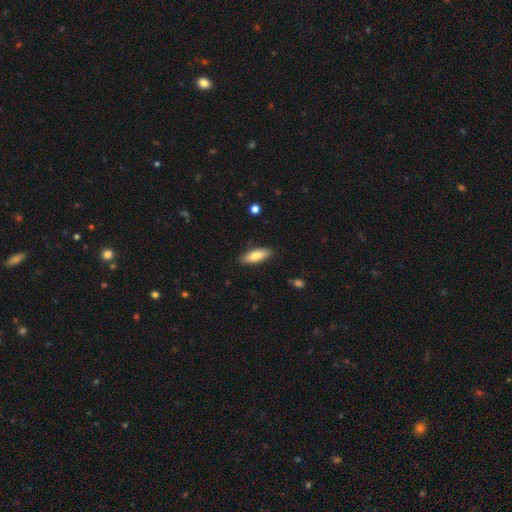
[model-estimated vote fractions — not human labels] Smooth or featured?
  - smooth: 79% *
  - featured or disk: 15%
  - star or artifact: 6%
How rounded?
  - in between: 62% *
  - cigar-shaped: 36%
  - round: 2%
Merging?
  - none: 87% *
  - minor disturbance: 10%
  - major disturbance: 2%
  - merger: 1%